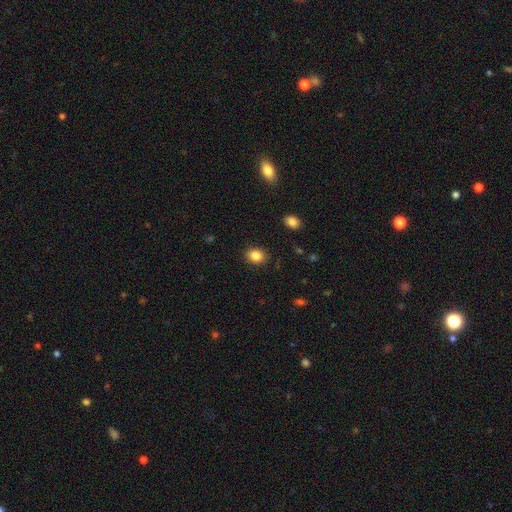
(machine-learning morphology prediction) Smooth or featured? Predicted: smooth (p=0.85). How rounded? Predicted: round (p=0.52). Merging? Predicted: none (p=0.89).